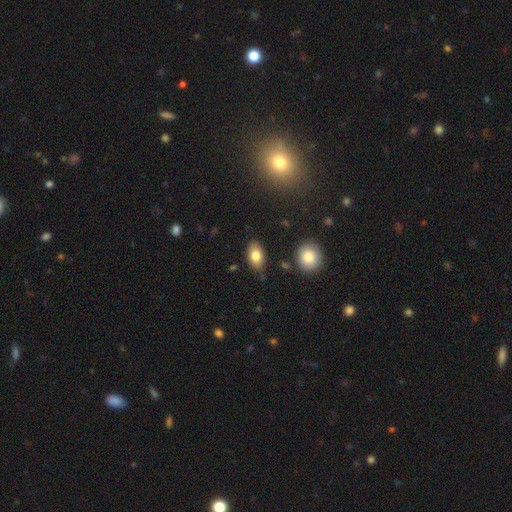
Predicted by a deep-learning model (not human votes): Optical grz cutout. It shows a smooth galaxy with no disk features (81%) that is in between round and cigar-shaped (90%). Merging: none (81%).